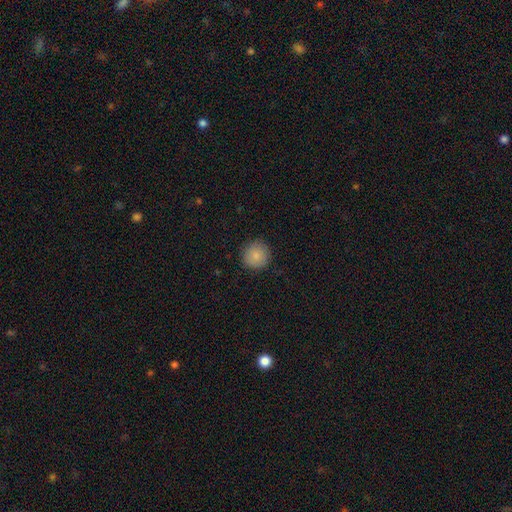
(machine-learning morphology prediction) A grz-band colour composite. It shows a smooth galaxy with no disk features (86%) that is round (92%). Merging: none (86%).